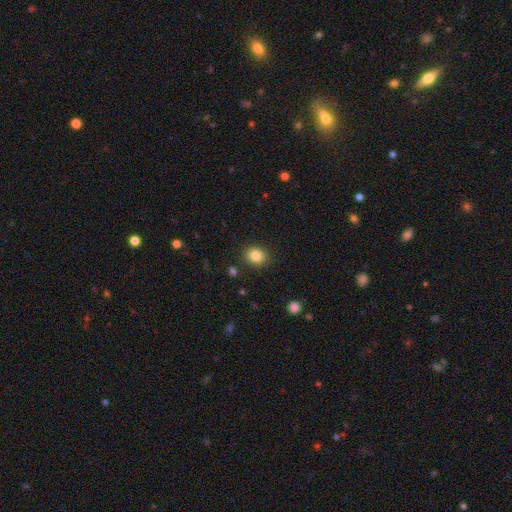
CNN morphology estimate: type=smooth (84%); roundness=round (64%); merging=none (89%).